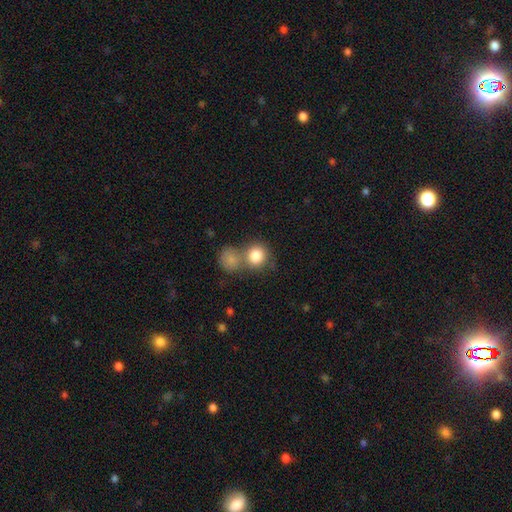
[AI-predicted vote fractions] Smooth or featured? Predicted: smooth (p=0.83). How rounded? Predicted: round (p=0.84). Merging? Predicted: none (p=0.44).